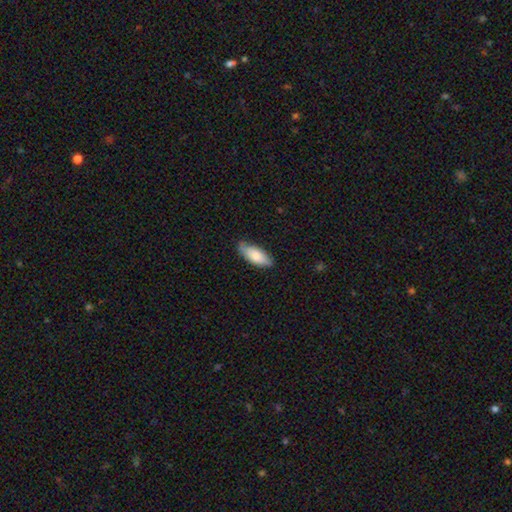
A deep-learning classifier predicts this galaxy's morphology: smooth 80%, featured or disk 14%, star or artifact 6%. Down the decision tree: how rounded — in between (77%); merging — none (71%).